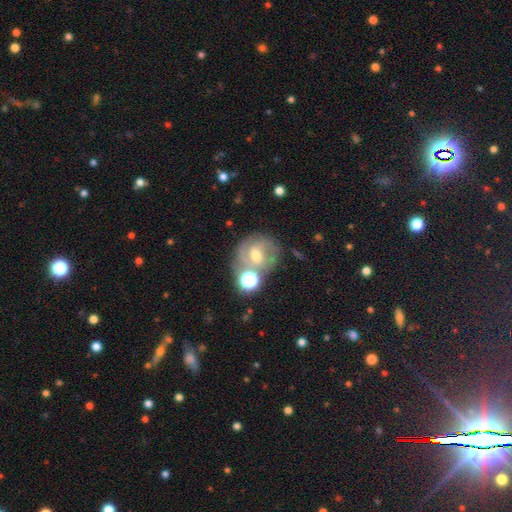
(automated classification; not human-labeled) Q: Smooth or featured?
A: featured or disk (61%); runner-up: smooth (25%)
Q: Edge-on disk?
A: no (96%); runner-up: yes (4%)
Q: Bar?
A: weak (45%); runner-up: no (39%)
Q: Spiral arms?
A: yes (82%); runner-up: no (18%)
Q: Bulge size?
A: moderate (63%); runner-up: small (29%)
Q: Merging?
A: none (59%); runner-up: merger (17%)